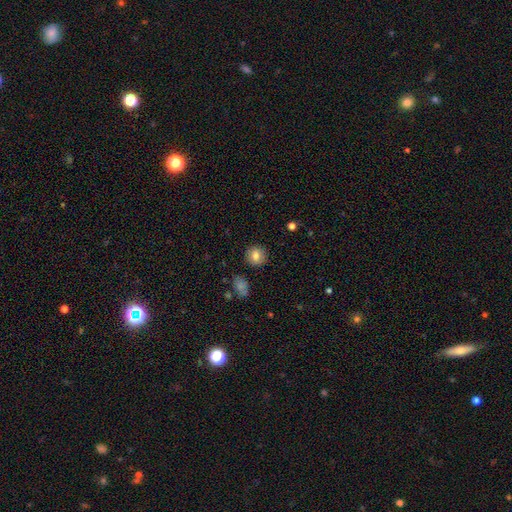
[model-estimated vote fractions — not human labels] Morphology: type=smooth (82%); roundness=round (90%); merging=none (90%).